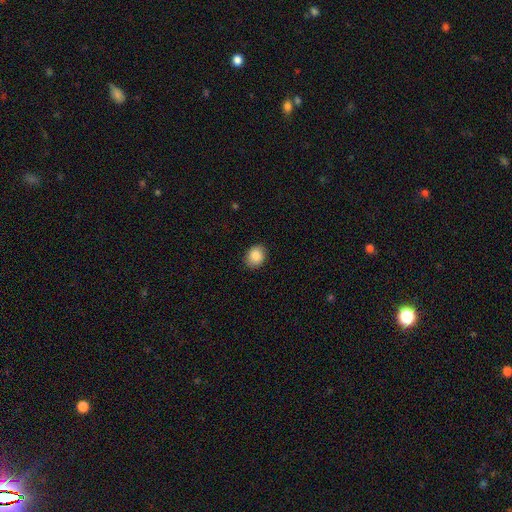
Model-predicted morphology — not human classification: Overall: smooth (87%). How rounded: round (53%; in between 46%). Merging: none (86%).